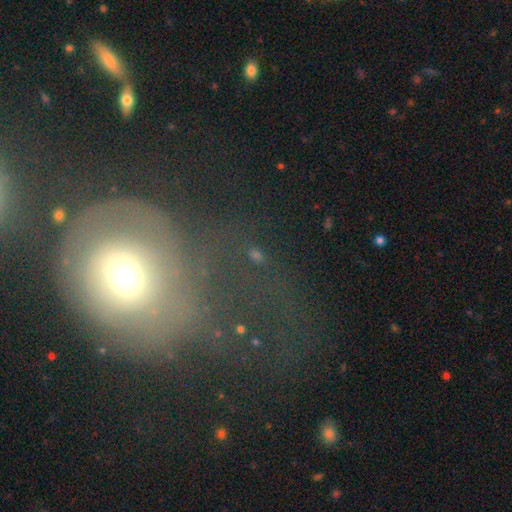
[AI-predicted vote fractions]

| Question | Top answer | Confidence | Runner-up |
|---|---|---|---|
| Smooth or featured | star or artifact | 40% | smooth (34%) |